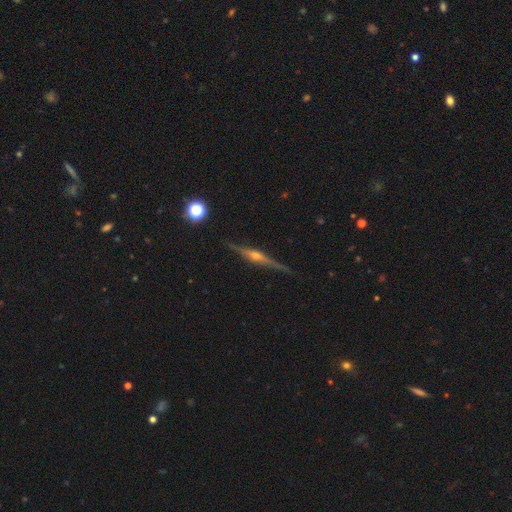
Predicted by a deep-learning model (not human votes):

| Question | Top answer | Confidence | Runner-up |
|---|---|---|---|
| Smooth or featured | featured or disk | 83% | smooth (10%) |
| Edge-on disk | yes | 98% | no (2%) |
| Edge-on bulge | rounded | 88% | boxy (7%) |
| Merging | none | 88% | minor disturbance (9%) |